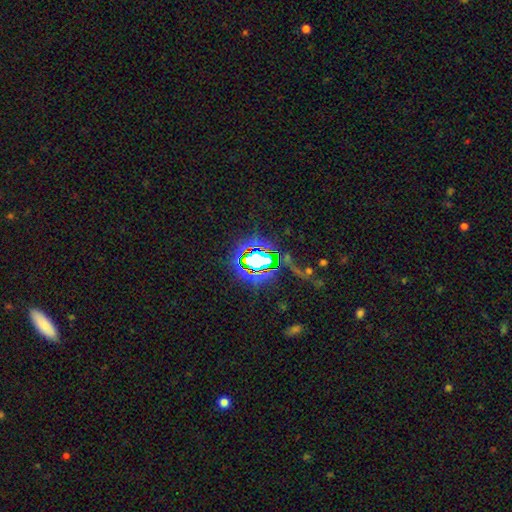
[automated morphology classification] The model was most divided on "smooth or featured": star or artifact: 71%, smooth: 17%, featured or disk: 12%.